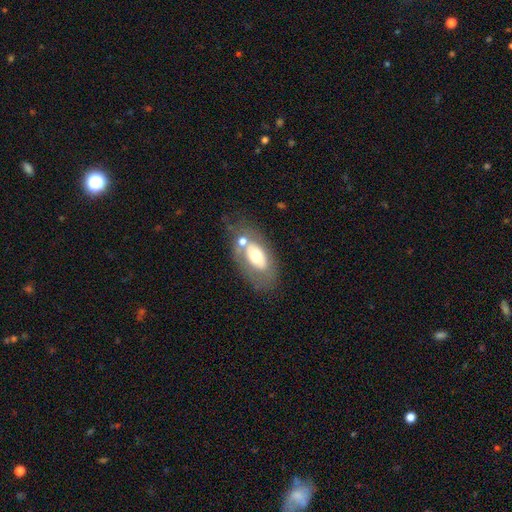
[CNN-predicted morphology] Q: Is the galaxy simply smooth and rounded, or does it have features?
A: smooth — 47%.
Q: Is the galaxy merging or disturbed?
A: none — 50%.